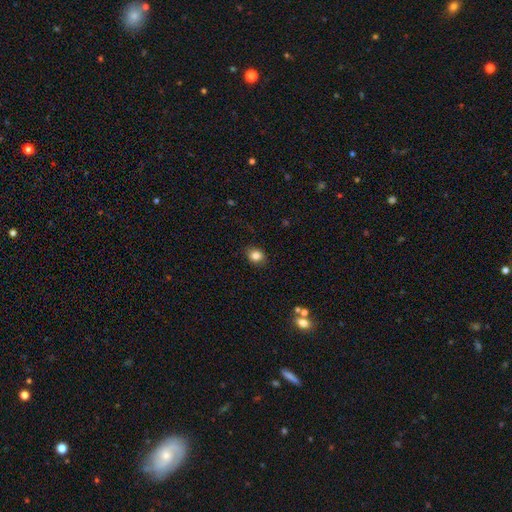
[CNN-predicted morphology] Q: Smooth or featured?
A: smooth (84%); runner-up: star or artifact (10%)
Q: How rounded?
A: round (61%); runner-up: in between (38%)
Q: Merging?
A: none (87%); runner-up: minor disturbance (9%)